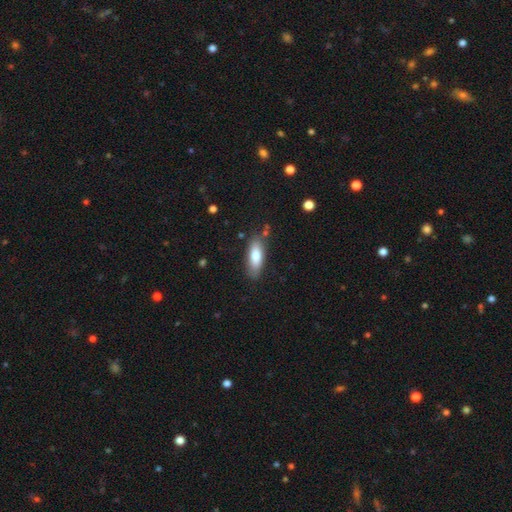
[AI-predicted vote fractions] Morphology: type=smooth (78%); roundness=in between (66%); merging=none (80%).